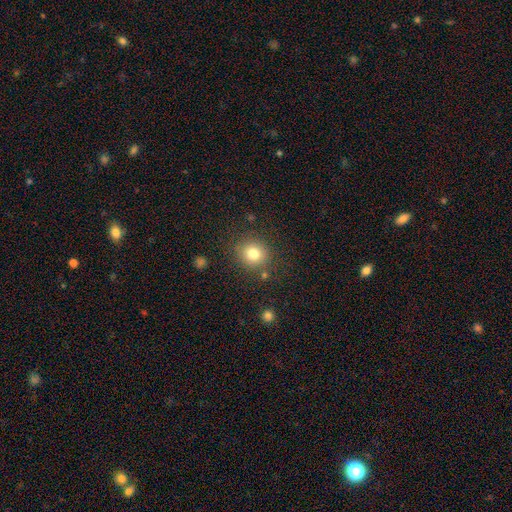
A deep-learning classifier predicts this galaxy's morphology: Smooth or featured: smooth — 78% (star or artifact — 14%)
How rounded: round — 88% (in between — 11%)
Merging: none — 85% (minor disturbance — 8%)